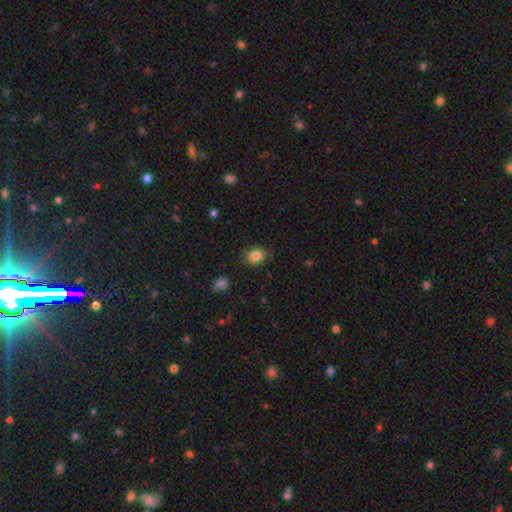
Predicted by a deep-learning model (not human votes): smooth-or-featured: smooth: 83% | star or artifact: 11% | featured or disk: 6%
  how-rounded: in between: 50% | round: 49% | cigar-shaped: 1%
  merging: none: 78% | minor disturbance: 16% | major disturbance: 3% | merger: 2%